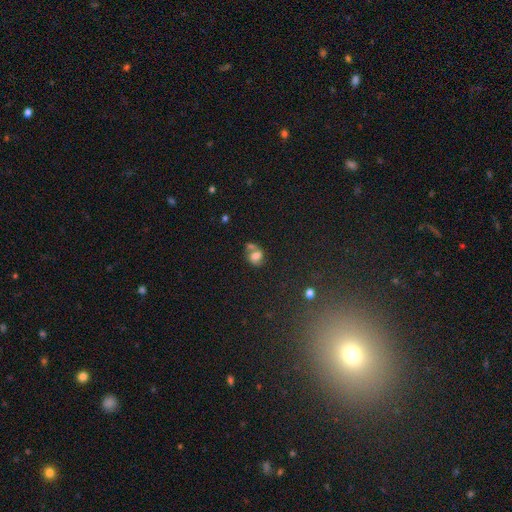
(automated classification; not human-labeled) The model was most divided on "how rounded": round: 51%, in between: 48%, cigar-shaped: 1%. Remaining: smooth or featured — smooth (65%); merging — merger (47%).